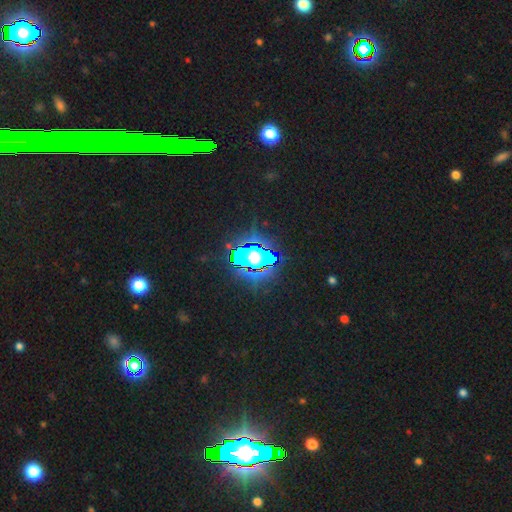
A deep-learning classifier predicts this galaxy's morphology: The model was most divided on "smooth or featured": star or artifact: 78%, smooth: 12%, featured or disk: 10%.